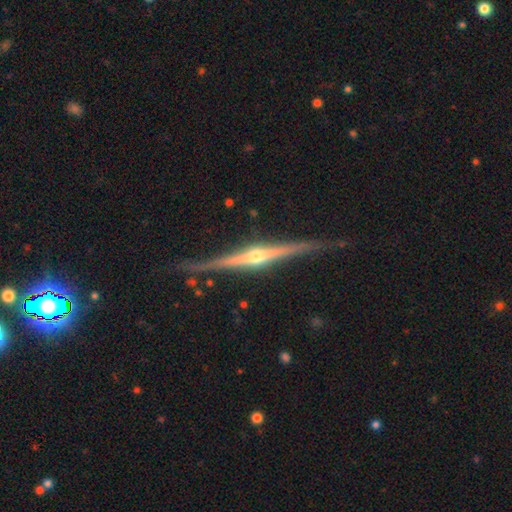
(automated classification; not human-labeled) Smooth or featured? Predicted: featured or disk (p=0.87). Edge-on disk? Predicted: yes (p=0.98). Edge-on bulge? Predicted: rounded (p=0.93). Merging? Predicted: none (p=0.85).